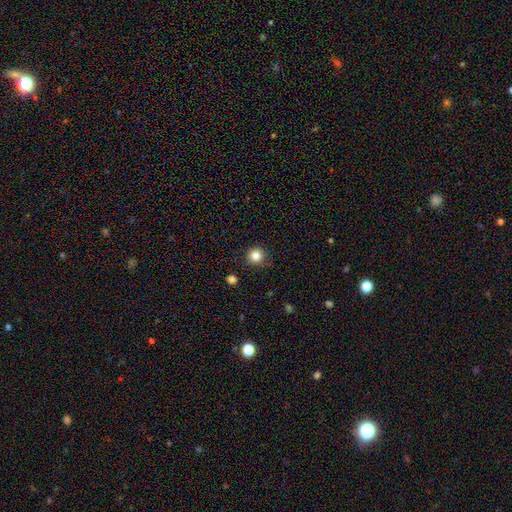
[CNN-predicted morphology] This is clearly a smooth galaxy (83%). How rounded: clearly round (94%). Merging: clearly none (87%).